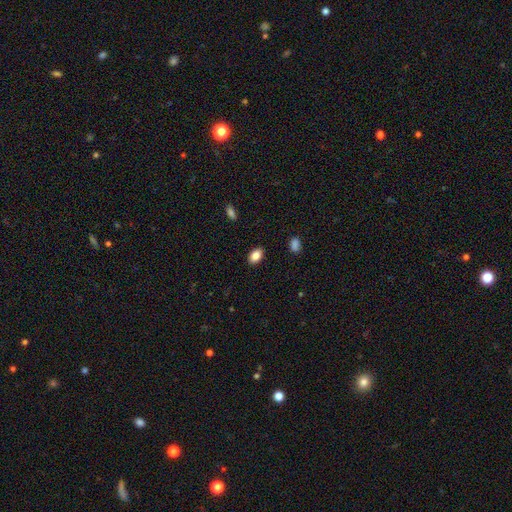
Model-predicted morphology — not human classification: This is clearly a smooth galaxy (86%). How rounded: clearly in between (89%). Merging: clearly none (89%).